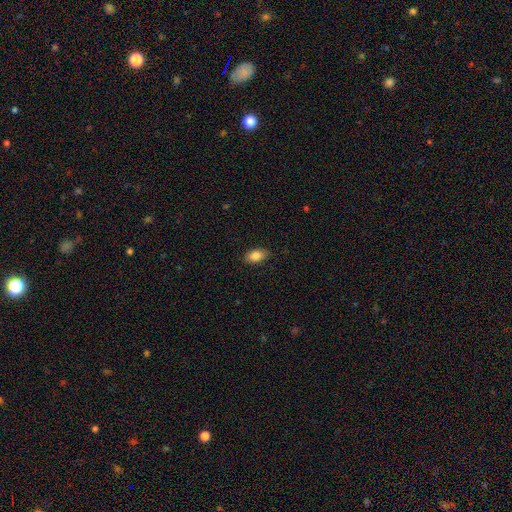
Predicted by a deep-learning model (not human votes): A smooth galaxy with no disk features (85%) that is in between round and cigar-shaped (91%). Merging: none (86%).